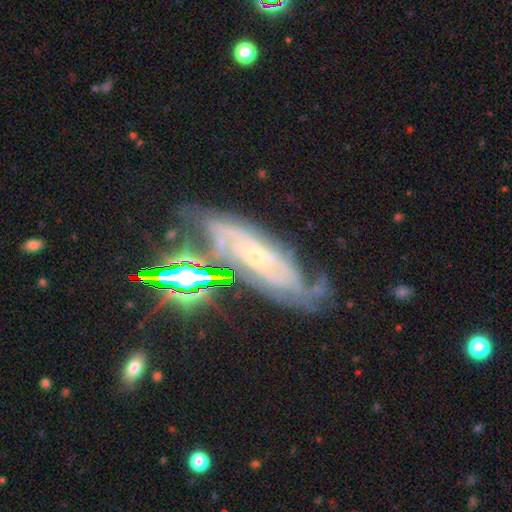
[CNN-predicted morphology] A featured or disk galaxy (79%) with no bar (58%), tight (65%) spiral arms (95%) and a small central bulge (79%). Merging: none (63%).